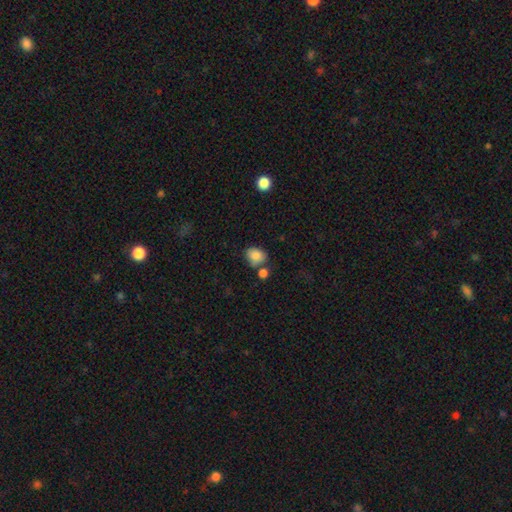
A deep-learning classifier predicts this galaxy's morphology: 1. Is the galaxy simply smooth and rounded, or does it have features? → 85% smooth, 9% star or artifact, 6% featured or disk.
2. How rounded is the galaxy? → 55% in between, 44% round, 1% cigar-shaped.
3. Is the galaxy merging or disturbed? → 59% none, 18% merger, 18% minor disturbance, 5% major disturbance.